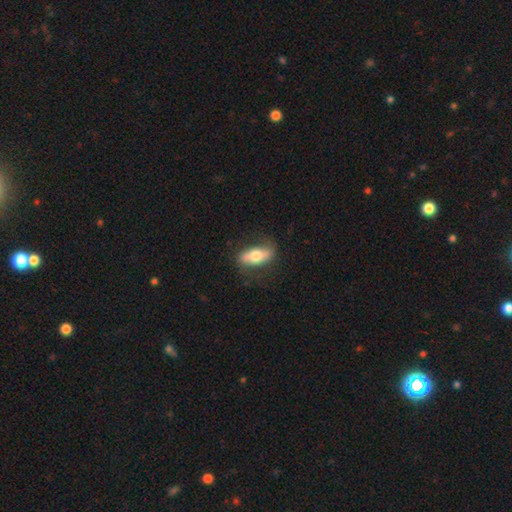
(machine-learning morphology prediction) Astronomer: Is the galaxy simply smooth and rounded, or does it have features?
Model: smooth — 60%.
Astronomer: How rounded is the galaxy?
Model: in between — 74%.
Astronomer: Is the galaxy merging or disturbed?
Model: none — 77%.